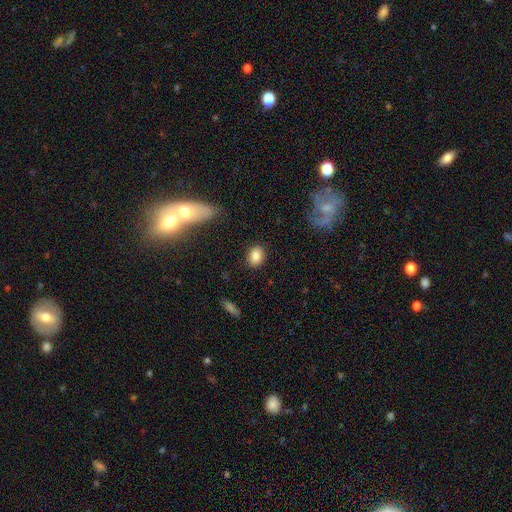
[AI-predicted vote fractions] A smooth galaxy with no disk features (84%) that is in between round and cigar-shaped (70%). Merging: none (87%).